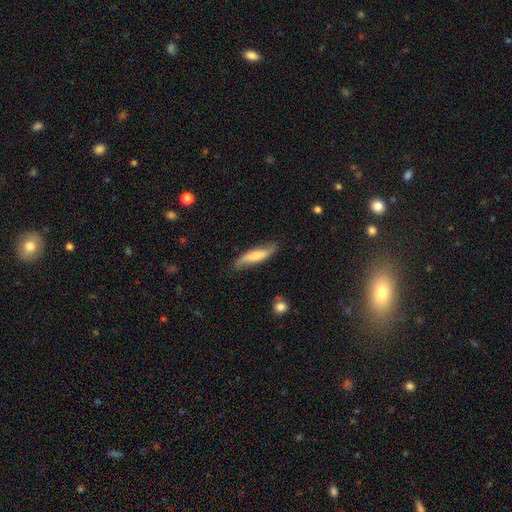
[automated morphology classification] type=smooth (62%); roundness=cigar-shaped (71%); merging=none (75%).